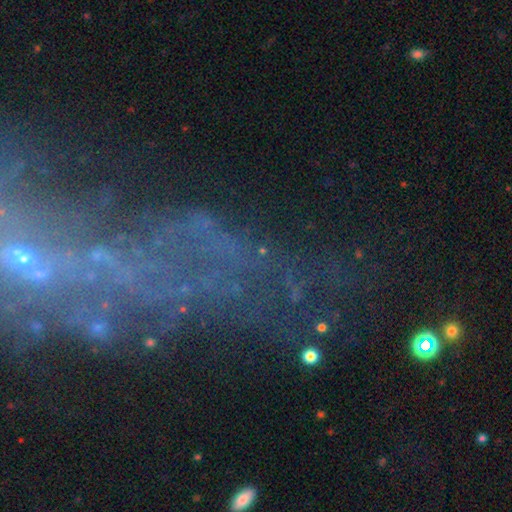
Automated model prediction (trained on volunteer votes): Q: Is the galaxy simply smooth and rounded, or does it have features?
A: featured or disk — 47%.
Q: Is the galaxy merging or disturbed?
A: none — 43%.